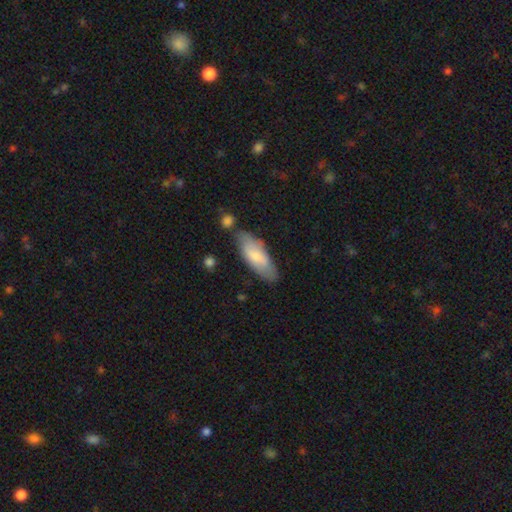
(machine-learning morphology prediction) Q: Smooth or featured?
A: smooth (70%); runner-up: featured or disk (24%)
Q: How rounded?
A: in between (67%); runner-up: cigar-shaped (31%)
Q: Merging?
A: none (68%); runner-up: minor disturbance (20%)